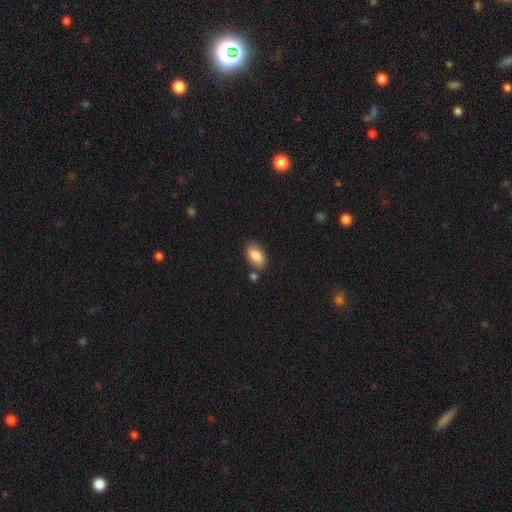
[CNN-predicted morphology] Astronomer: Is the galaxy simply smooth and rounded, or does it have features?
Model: smooth — 86%.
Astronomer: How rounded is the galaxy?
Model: in between — 93%.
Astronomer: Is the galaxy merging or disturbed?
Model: none — 77%.